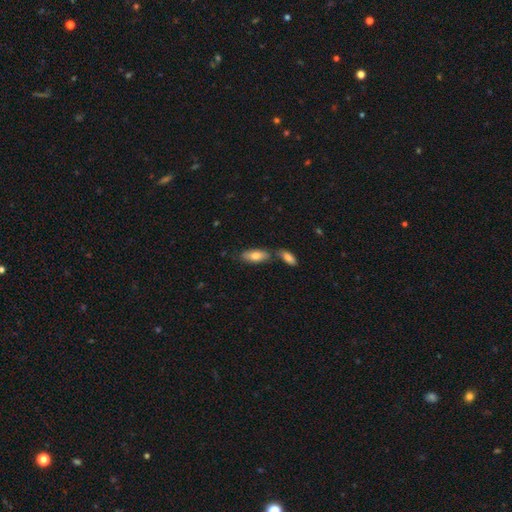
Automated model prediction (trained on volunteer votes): A smooth galaxy with no disk features (77%) that is in between round and cigar-shaped (82%).

Vote fractions:
- Smooth or featured? smooth: 77% / featured or disk: 17% / star or artifact: 6%
- How rounded? in between: 82% / cigar-shaped: 16% / round: 2%
- Merging? none: 64% / merger: 20% / minor disturbance: 13% / major disturbance: 3%